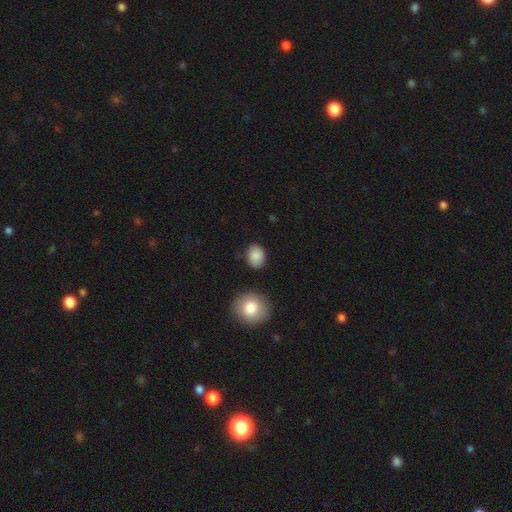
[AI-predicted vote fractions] Smooth or featured? Predicted: smooth (p=0.87). How rounded? Predicted: in between (p=0.57). Merging? Predicted: none (p=0.83).